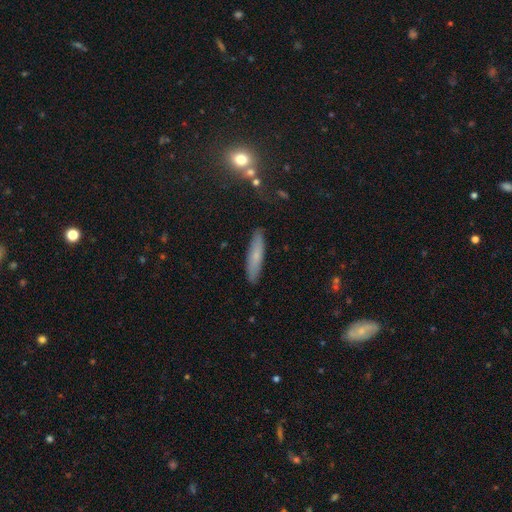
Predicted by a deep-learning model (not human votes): Smooth or featured? Predicted: smooth (p=0.66). How rounded? Predicted: cigar-shaped (p=0.86). Merging? Predicted: none (p=0.88).